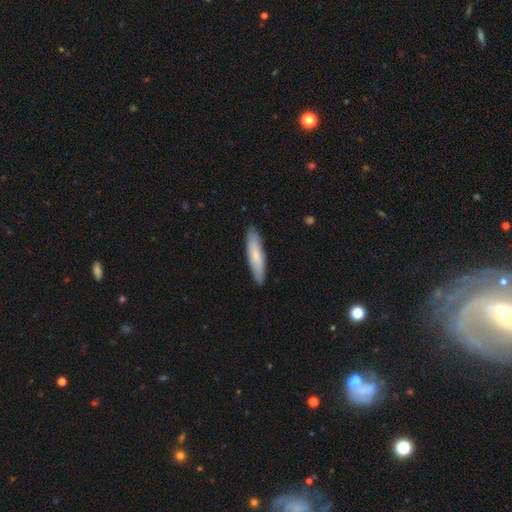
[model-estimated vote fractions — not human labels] smooth-or-featured: smooth: 73% | featured or disk: 22% | star or artifact: 5%
  how-rounded: cigar-shaped: 79% | in between: 19% | round: 1%
  merging: none: 87% | minor disturbance: 10% | major disturbance: 2% | merger: 1%